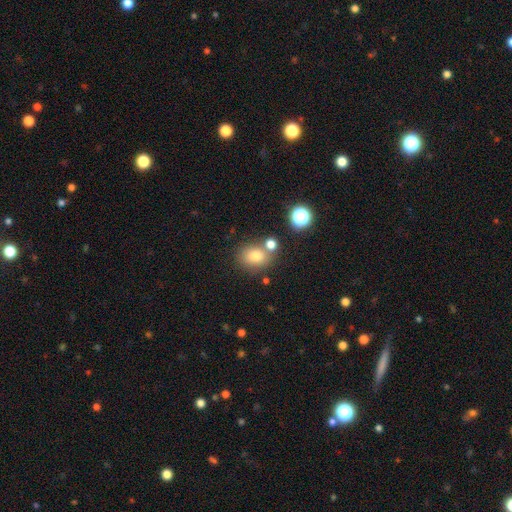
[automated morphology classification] Smooth or featured?
  - smooth: 76% *
  - star or artifact: 14%
  - featured or disk: 10%
How rounded?
  - round: 58% *
  - in between: 41%
  - cigar-shaped: 1%
Merging?
  - none: 65% *
  - merger: 19%
  - minor disturbance: 12%
  - major disturbance: 4%